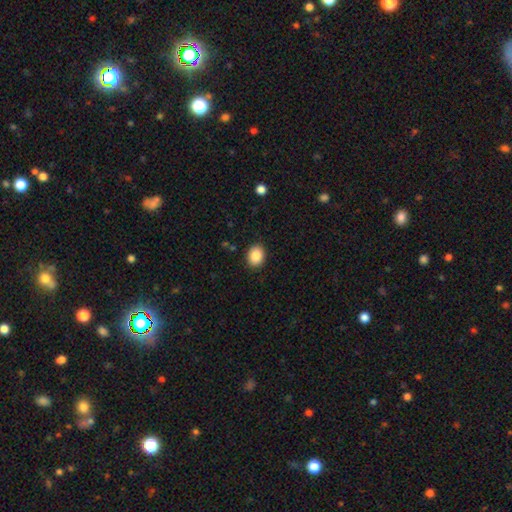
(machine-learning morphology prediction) A smooth galaxy with no disk features (88%) that is in between round and cigar-shaped (61%). Merging: none (89%).